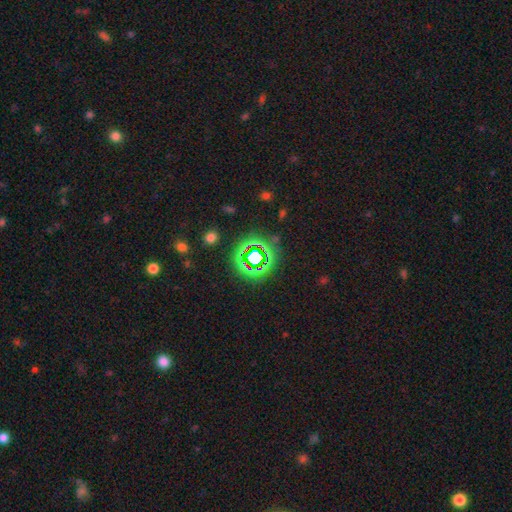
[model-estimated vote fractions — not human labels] Overall: star or artifact (72%).